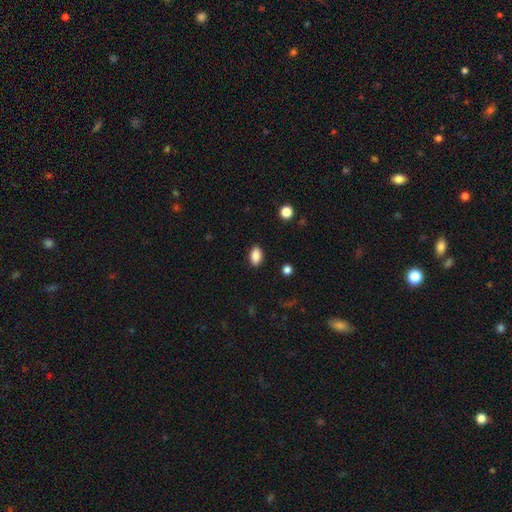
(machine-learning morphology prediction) This appears to be a smooth galaxy with no disk features (88%) that is in between round and cigar-shaped (89%). Merging: none (88%).